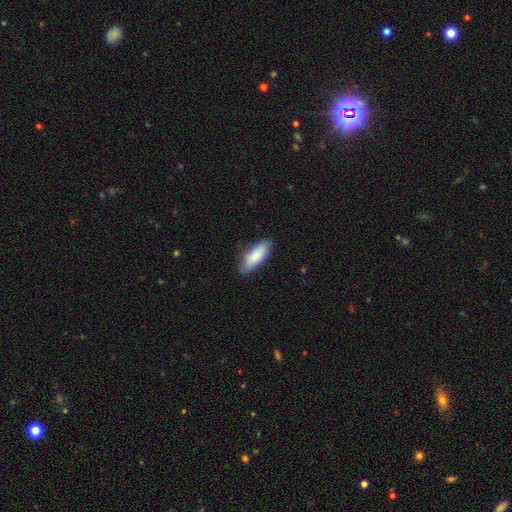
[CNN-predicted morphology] A smooth galaxy with no disk features (86%) that is in between round and cigar-shaped (74%).

Vote fractions:
- Smooth or featured? smooth: 86% / featured or disk: 9% / star or artifact: 5%
- How rounded? in between: 74% / cigar-shaped: 25% / round: 2%
- Merging? none: 85% / minor disturbance: 12% / major disturbance: 2% / merger: 1%